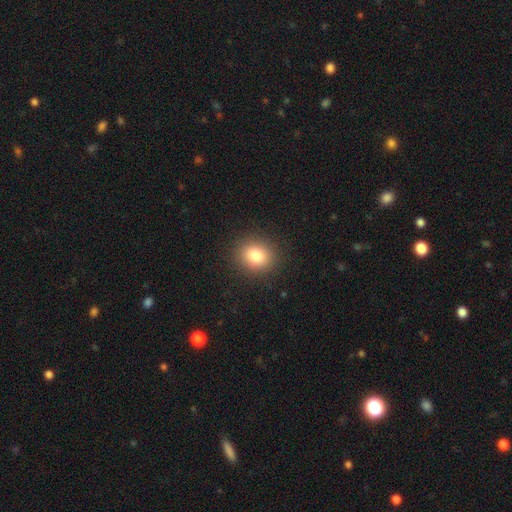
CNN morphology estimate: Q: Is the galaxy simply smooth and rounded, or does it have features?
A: smooth — 81%.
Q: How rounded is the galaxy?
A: round — 72%.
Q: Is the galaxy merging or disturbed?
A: none — 90%.